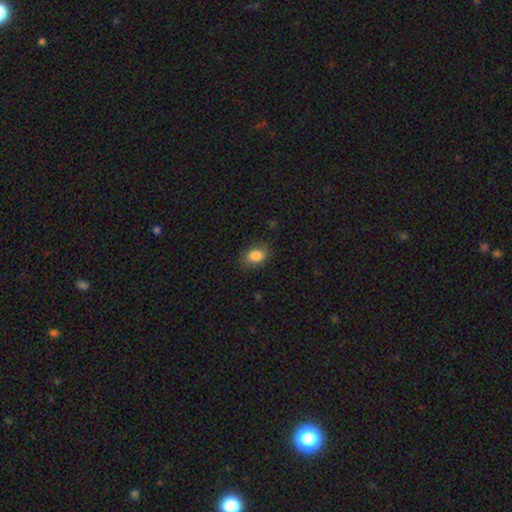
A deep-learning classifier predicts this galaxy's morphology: type=smooth (86%); roundness=in between (74%); merging=none (80%).